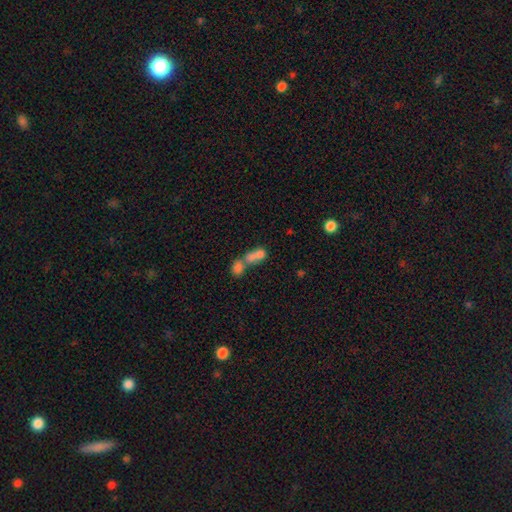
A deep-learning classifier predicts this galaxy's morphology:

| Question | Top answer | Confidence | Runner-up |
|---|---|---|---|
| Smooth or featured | smooth | 70% | featured or disk (19%) |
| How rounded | in between | 66% | round (27%) |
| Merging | merger | 72% | none (16%) |